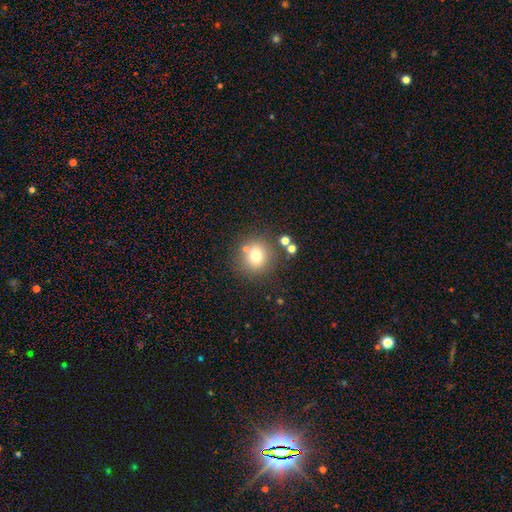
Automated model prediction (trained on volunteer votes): This appears to be a smooth galaxy with no disk features (73%) that is round (91%). Merging: none (77%).